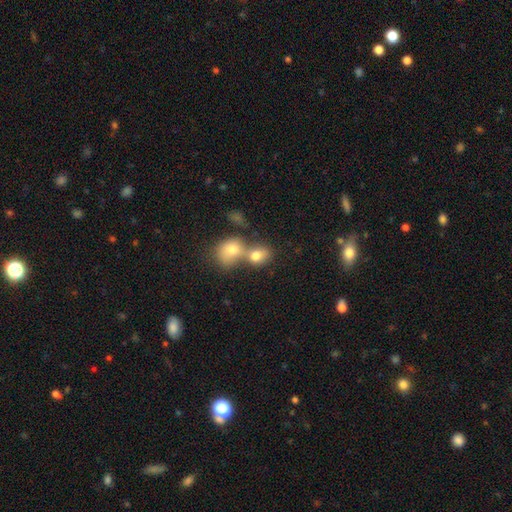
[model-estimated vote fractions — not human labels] This is likely a smooth galaxy (77%). How rounded: possibly in between (55%). Merging: likely merger (65%).